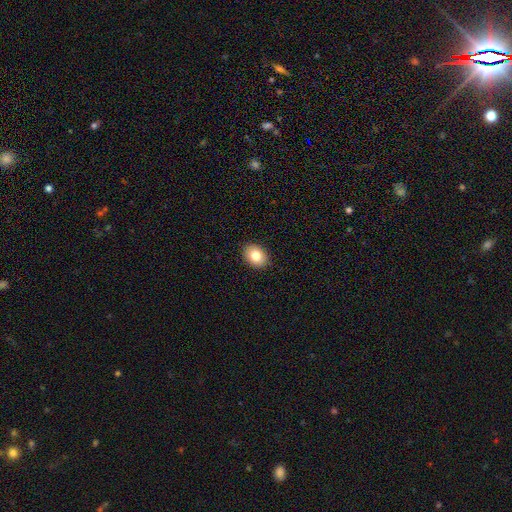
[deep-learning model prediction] This is clearly a smooth galaxy (82%). How rounded: likely in between (68%). Merging: clearly none (90%).